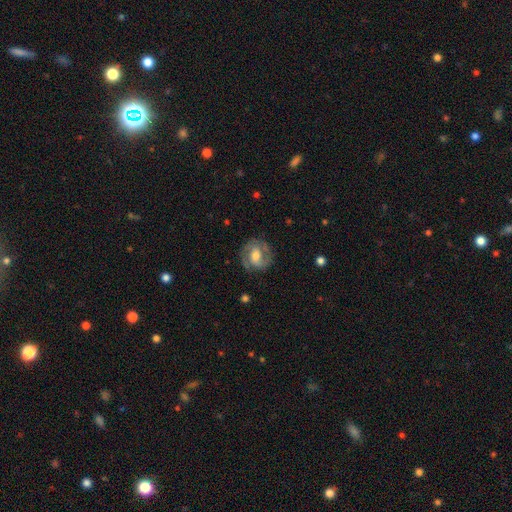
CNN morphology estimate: The model was most divided on "spiral winding": medium: 46%, tight: 40%, loose: 14%. Remaining: edge-on disk — no (97%); spiral arms — yes (88%); spiral arm count — 2 (82%); merging — none (78%); smooth or featured — featured or disk (71%); bulge size — moderate (58%); bar — weak (47%).